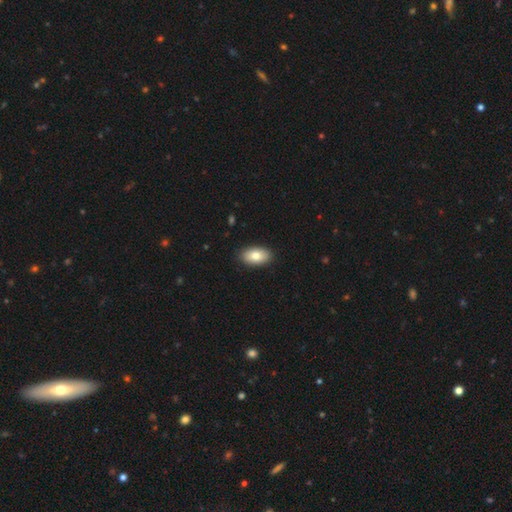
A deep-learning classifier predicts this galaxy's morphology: The model was most divided on "smooth or featured": smooth: 80%, featured or disk: 13%, star or artifact: 7%. More confident: how rounded — in between (93%); merging — none (89%).